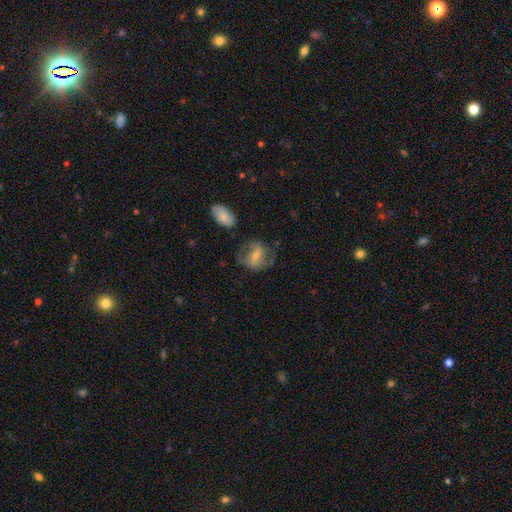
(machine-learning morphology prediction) Smooth or featured?
  - featured or disk: 68% *
  - smooth: 24%
  - star or artifact: 9%
Edge-on disk?
  - no: 95% *
  - yes: 5%
Bar?
  - weak: 44% *
  - strong: 32%
  - no: 24%
Spiral arms?
  - yes: 82% *
  - no: 18%
Spiral winding?
  - medium: 47% *
  - tight: 29%
  - loose: 24%
Spiral arm count?
  - 2: 68% *
  - can't tell: 19%
  - 3: 5%
  - 1: 5%
  - 4: 2%
  - more than 4: 2%
Bulge size?
  - small: 51% *
  - moderate: 42%
  - none: 3%
  - large: 3%
  - dominant: 1%
Merging?
  - none: 63% *
  - minor disturbance: 20%
  - major disturbance: 14%
  - merger: 3%